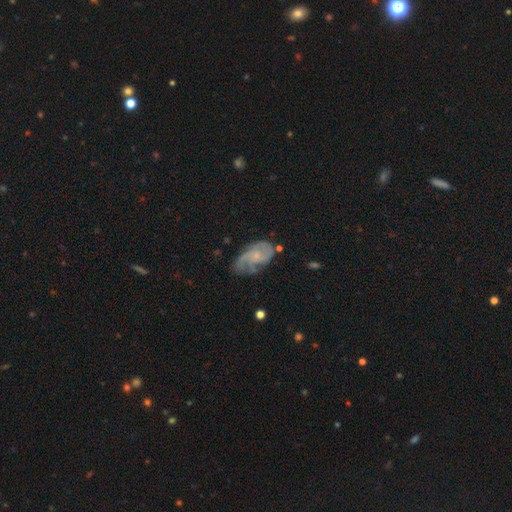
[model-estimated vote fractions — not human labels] A featured or disk galaxy (77%) with no bar (71%), 2 (47%) medium (44%) spiral arms (92%) and a small central bulge (69%).

Vote fractions:
- Smooth or featured? featured or disk: 77% / smooth: 17% / star or artifact: 6%
- Edge-on disk? no: 97% / yes: 3%
- Bar? no: 71% / weak: 26% / strong: 4%
- Spiral arms? yes: 92% / no: 8%
- Spiral winding? medium: 44% / tight: 32% / loose: 24%
- Spiral arm count? 2: 47% / can't tell: 19% / 3: 18% / 1: 9% / 4: 4% / more than 4: 3%
- Bulge size? small: 69% / moderate: 17% / none: 12% / large: 1% / dominant: 1%
- Merging? none: 52% / minor disturbance: 28% / major disturbance: 18% / merger: 3%